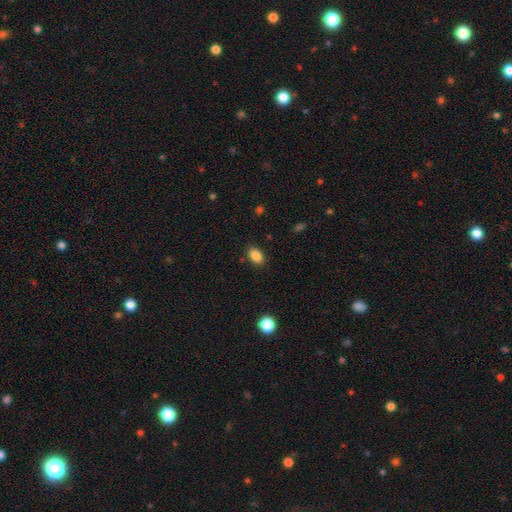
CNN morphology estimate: A smooth galaxy with no disk features (86%) that is in between round and cigar-shaped (87%). Merging: none (87%).